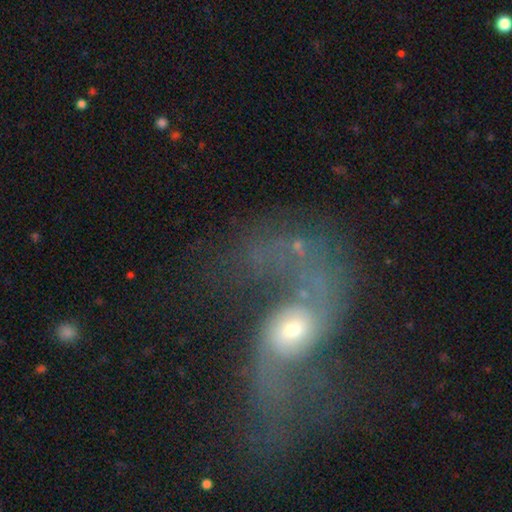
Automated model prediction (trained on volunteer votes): smooth-or-featured: featured or disk: 66% | smooth: 21% | star or artifact: 12%
  disk-edge-on: no: 96% | yes: 4%
    bar: no: 59% | weak: 29% | strong: 11%
    has-spiral-arms: yes: 76% | no: 24%
    bulge-size: small: 47% | moderate: 42% | large: 6% | none: 2% | dominant: 2%
  merging: major disturbance: 34% | none: 31% | merger: 24% | minor disturbance: 12%